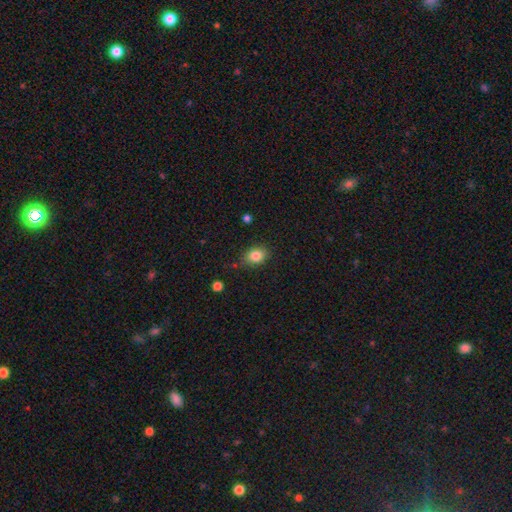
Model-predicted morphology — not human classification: Overall: smooth (83%). How rounded: in between (64%; round 34%). Merging: none (78%).